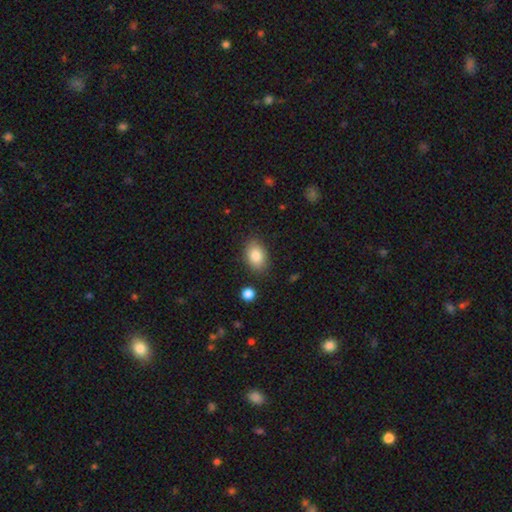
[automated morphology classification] Overall: smooth (85%). How rounded: in between (84%). Merging: none (84%).